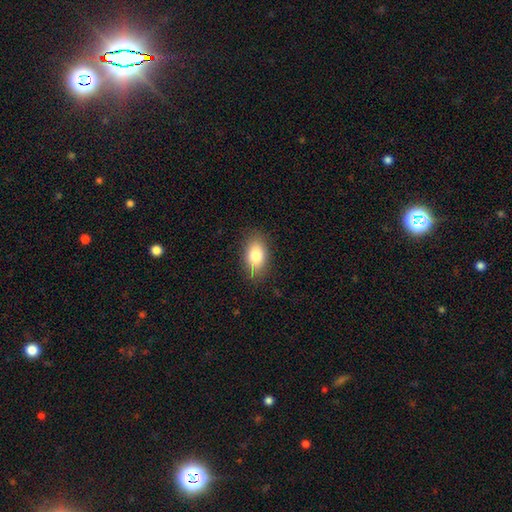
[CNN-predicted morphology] smooth_or_featured: smooth (p=0.80) [alt: featured or disk p=0.11]
how_rounded: in between (p=0.87) [alt: round p=0.10]
merging: none (p=0.81) [alt: minor disturbance p=0.14]